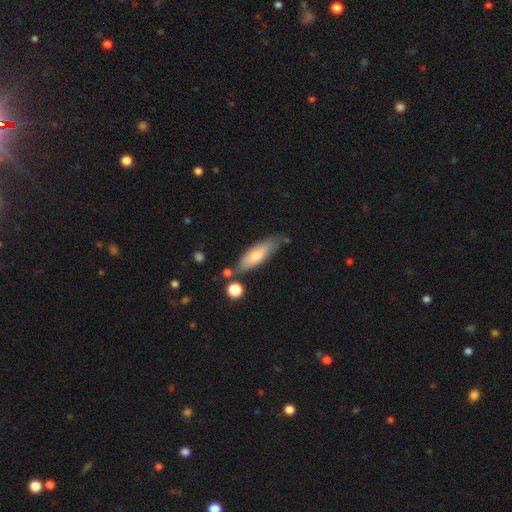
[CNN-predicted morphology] Smooth or featured: smooth — 67% (featured or disk — 28%)
How rounded: in between — 52% (cigar-shaped — 46%)
Merging: none — 63% (minor disturbance — 21%)